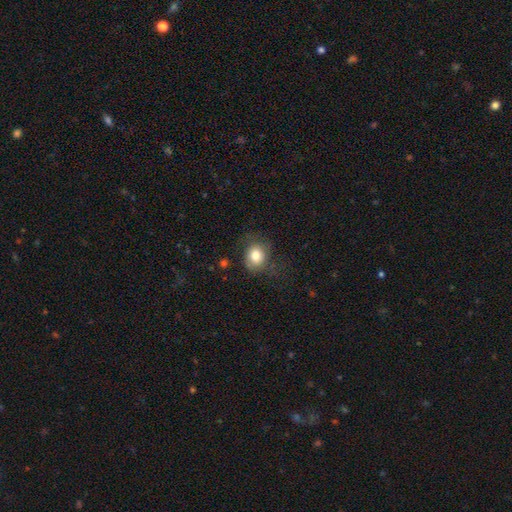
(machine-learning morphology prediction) This is likely a smooth galaxy (78%). How rounded: likely round (61%). Merging: likely none (65%).